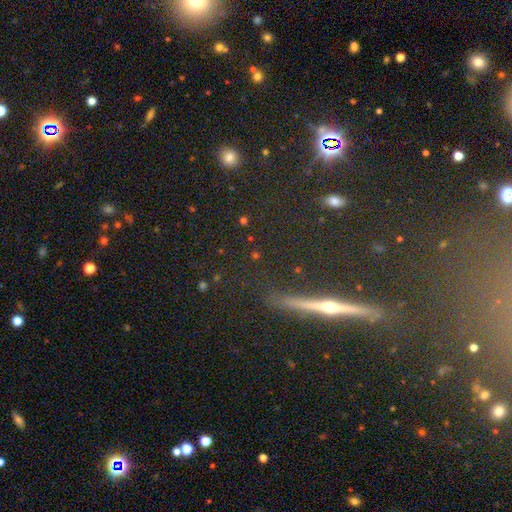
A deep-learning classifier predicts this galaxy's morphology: This is marginally a star or artifact rather than a galaxy (39%).